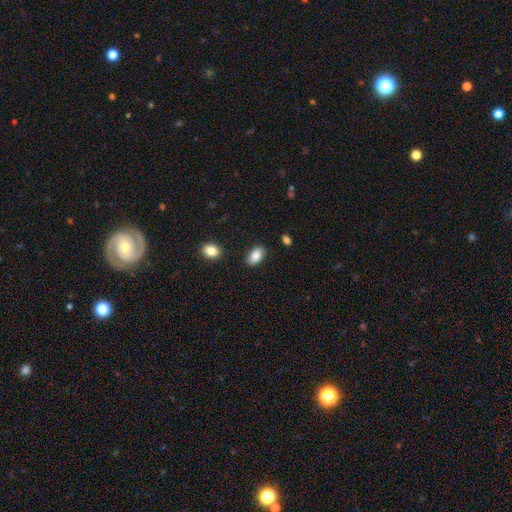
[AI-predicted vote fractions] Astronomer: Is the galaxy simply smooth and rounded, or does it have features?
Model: smooth — 87%.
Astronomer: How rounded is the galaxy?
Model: in between — 93%.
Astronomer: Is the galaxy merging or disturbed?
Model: none — 86%.